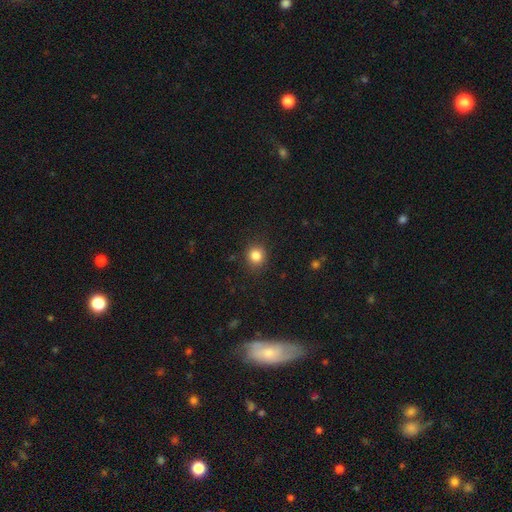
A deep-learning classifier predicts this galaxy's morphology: This is clearly a smooth galaxy (84%). How rounded: clearly round (84%). Merging: clearly none (88%).